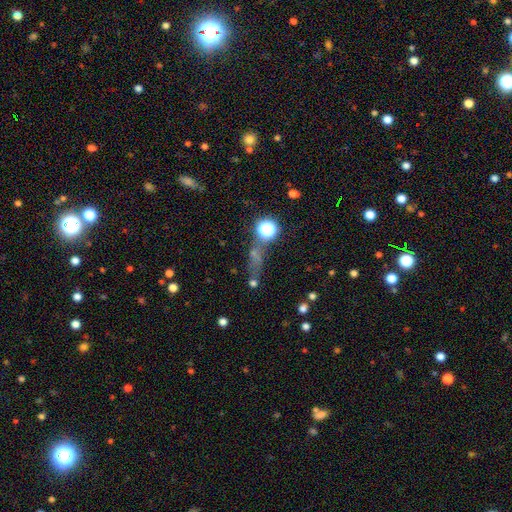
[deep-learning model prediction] Overall: star or artifact (49%; smooth 38%).